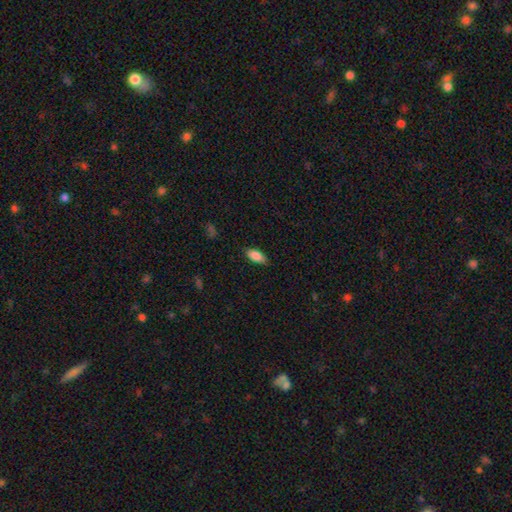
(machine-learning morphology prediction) smooth-or-featured: smooth: 86% | featured or disk: 7% | star or artifact: 7%
  how-rounded: in between: 86% | cigar-shaped: 11% | round: 2%
  merging: none: 85% | minor disturbance: 11% | major disturbance: 2% | merger: 1%